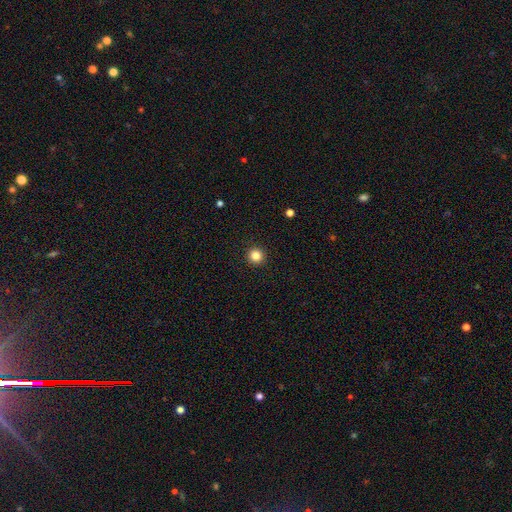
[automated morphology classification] Q: Smooth or featured?
A: smooth (84%); runner-up: star or artifact (11%)
Q: How rounded?
A: round (96%); runner-up: in between (3%)
Q: Merging?
A: none (94%); runner-up: minor disturbance (4%)